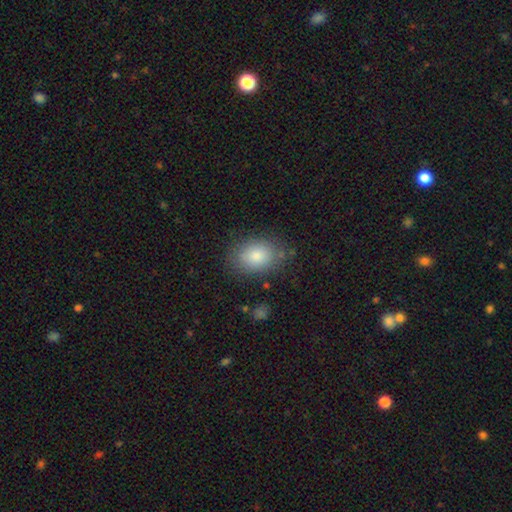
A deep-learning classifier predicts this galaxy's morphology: Overall: smooth (84%). How rounded: in between (75%). Merging: none (77%).